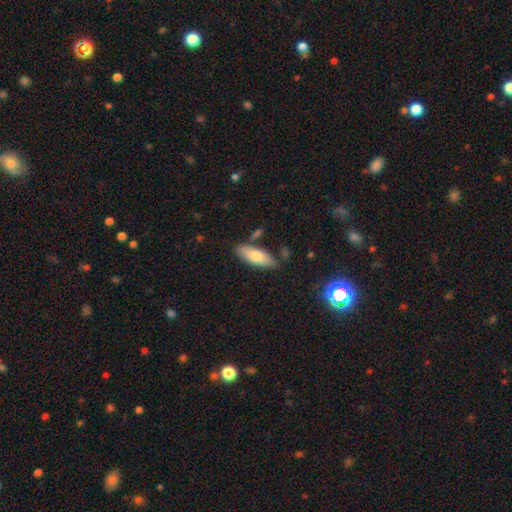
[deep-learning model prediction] Overall: smooth (73%). How rounded: in between (65%; cigar-shaped 33%). Merging: none (79%).